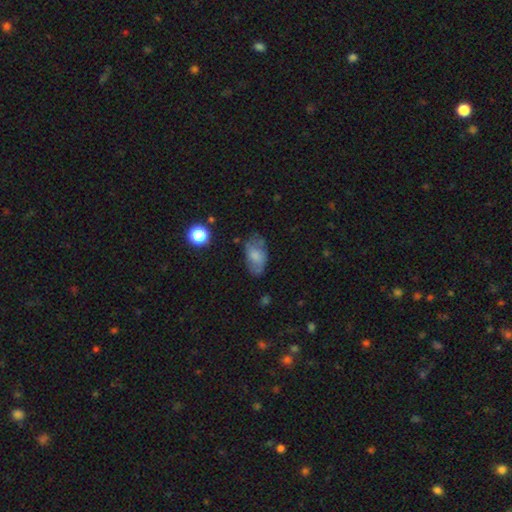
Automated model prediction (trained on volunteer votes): Smooth or featured: smooth — 64% (featured or disk — 27%)
How rounded: in between — 92% (round — 6%)
Merging: none — 60% (minor disturbance — 26%)